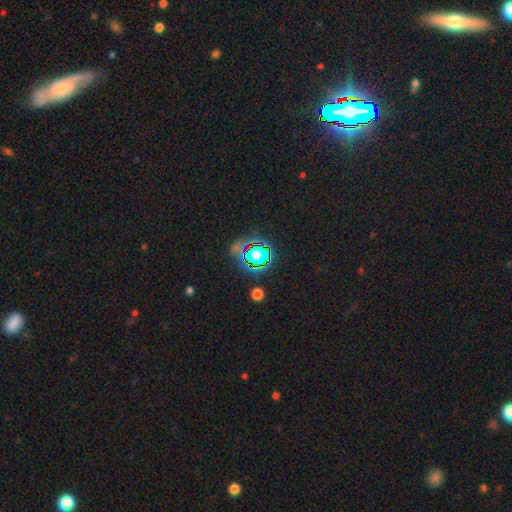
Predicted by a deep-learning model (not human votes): star or artifact 81%, smooth 11%, featured or disk 8%.